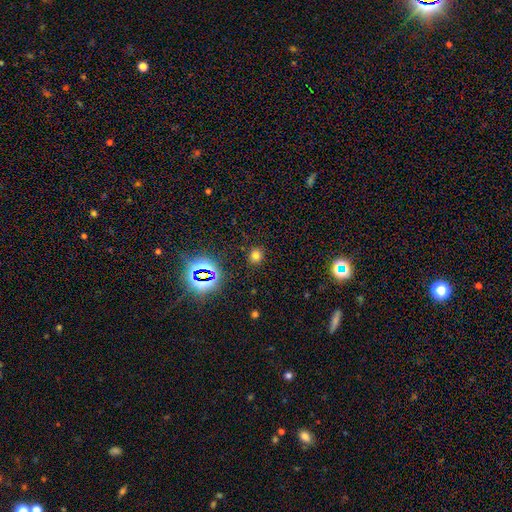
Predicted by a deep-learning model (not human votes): This appears to be a smooth galaxy with no disk features (68%) that is round (79%). Merging: none (87%).